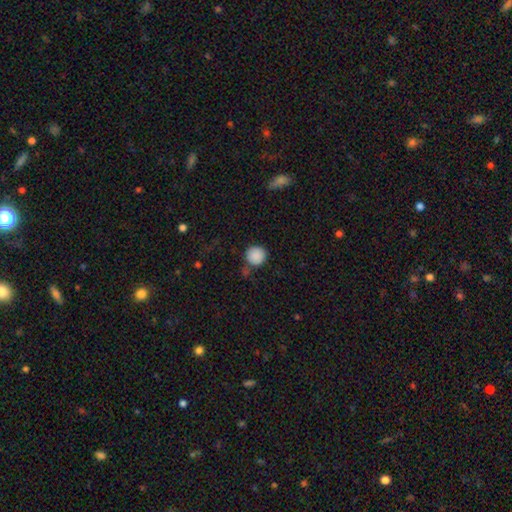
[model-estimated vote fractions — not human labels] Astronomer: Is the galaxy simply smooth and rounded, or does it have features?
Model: smooth — 88%.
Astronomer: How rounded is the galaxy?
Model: round — 94%.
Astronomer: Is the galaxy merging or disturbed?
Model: none — 78%.